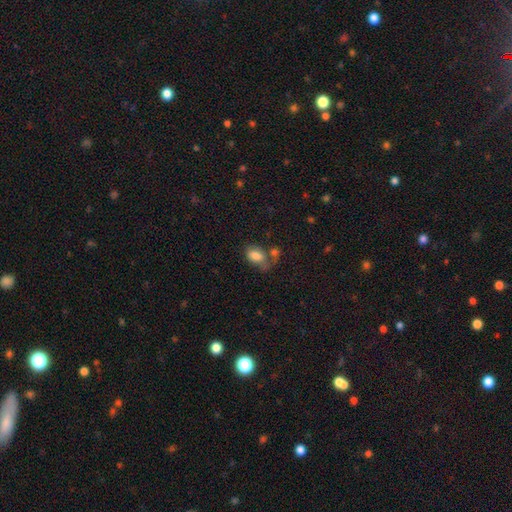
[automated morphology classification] Smooth or featured? Predicted: smooth (p=0.79). How rounded? Predicted: in between (p=0.86). Merging? Predicted: none (p=0.36).